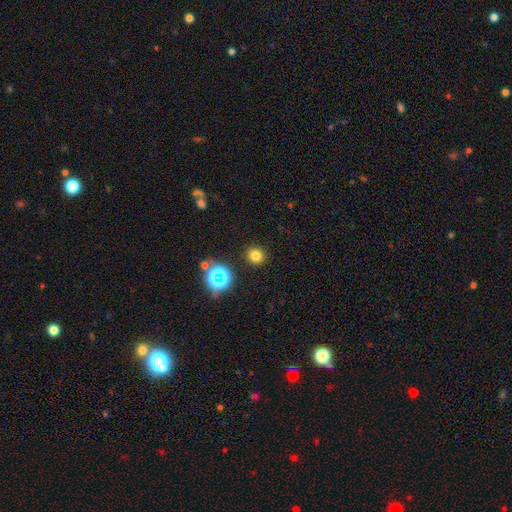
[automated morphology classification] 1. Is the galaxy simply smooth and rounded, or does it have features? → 74% smooth, 19% star or artifact, 6% featured or disk.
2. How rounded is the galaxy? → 89% round, 10% in between, 1% cigar-shaped.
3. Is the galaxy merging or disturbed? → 89% none, 6% minor disturbance, 3% major disturbance, 2% merger.